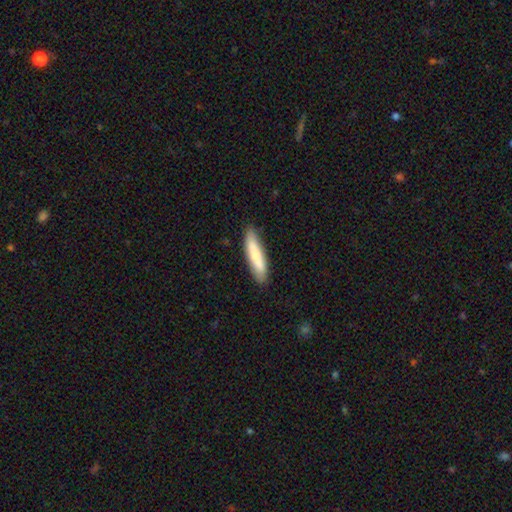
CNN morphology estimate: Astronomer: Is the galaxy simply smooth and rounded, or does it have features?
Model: smooth — 74%.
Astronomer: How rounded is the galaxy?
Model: cigar-shaped — 82%.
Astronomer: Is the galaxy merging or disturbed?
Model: none — 86%.